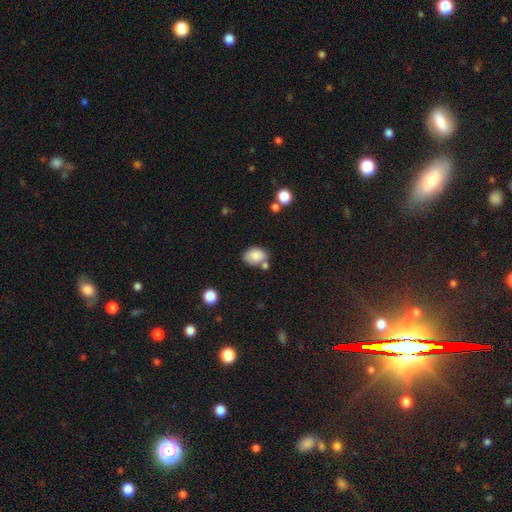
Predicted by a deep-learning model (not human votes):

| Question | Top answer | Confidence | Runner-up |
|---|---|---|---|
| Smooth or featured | smooth | 85% | star or artifact (8%) |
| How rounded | in between | 73% | round (26%) |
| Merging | none | 60% | minor disturbance (18%) |